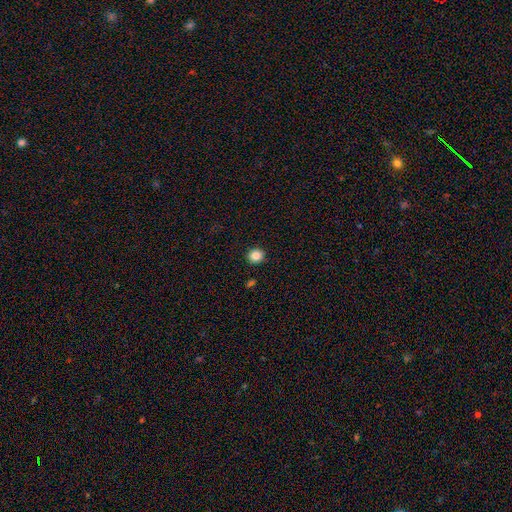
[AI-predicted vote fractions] This appears to be a smooth galaxy with no disk features (85%) that is round (89%). Merging: none (92%).